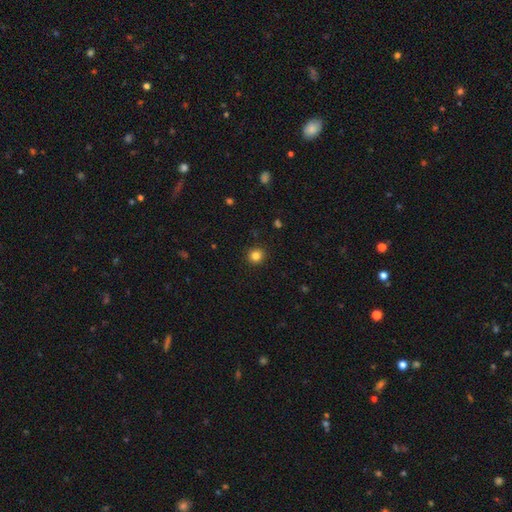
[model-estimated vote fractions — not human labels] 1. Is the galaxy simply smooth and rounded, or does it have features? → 83% smooth, 12% star or artifact, 5% featured or disk.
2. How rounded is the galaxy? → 90% round, 9% in between, 1% cigar-shaped.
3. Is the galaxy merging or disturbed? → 91% none, 6% minor disturbance, 2% major disturbance, 1% merger.